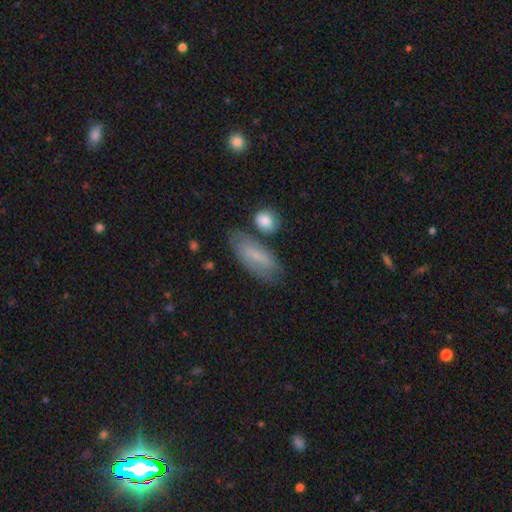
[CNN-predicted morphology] A smooth galaxy with no disk features (58%) that is in between round and cigar-shaped (76%).

Vote fractions:
- Smooth or featured? smooth: 58% / featured or disk: 34% / star or artifact: 8%
- How rounded? in between: 76% / cigar-shaped: 20% / round: 4%
- Merging? none: 67% / minor disturbance: 19% / merger: 8% / major disturbance: 6%